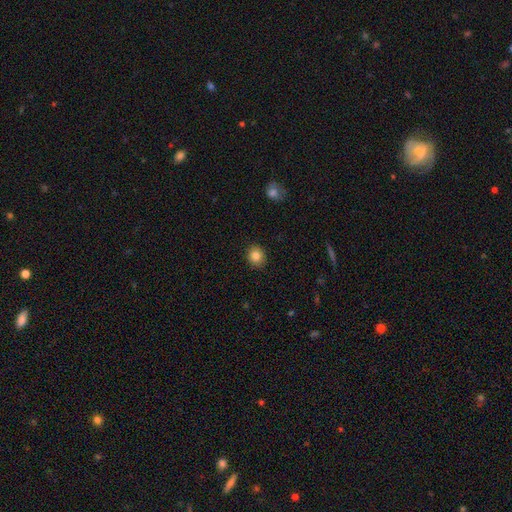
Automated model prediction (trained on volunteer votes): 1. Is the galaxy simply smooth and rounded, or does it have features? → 84% smooth, 10% star or artifact, 6% featured or disk.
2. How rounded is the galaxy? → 77% round, 22% in between, 1% cigar-shaped.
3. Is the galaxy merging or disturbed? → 90% none, 7% minor disturbance, 2% major disturbance, 1% merger.